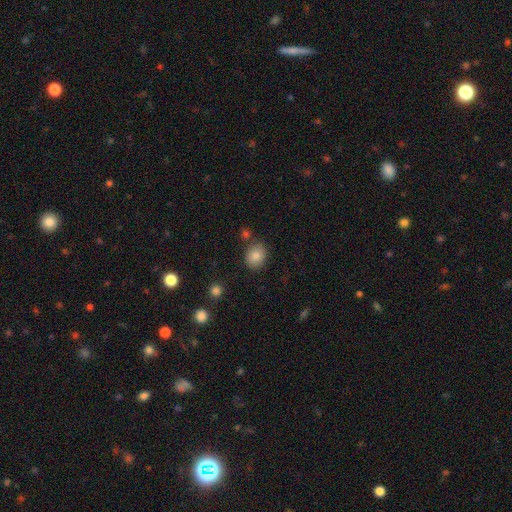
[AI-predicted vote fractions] Overall: smooth (83%). How rounded: round (55%; in between 44%). Merging: none (79%).